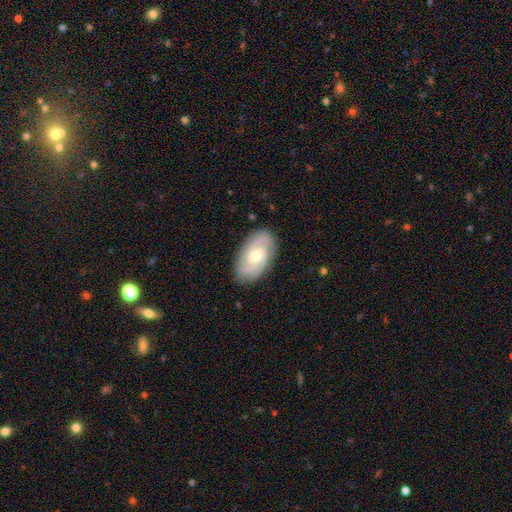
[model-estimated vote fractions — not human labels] A featured or disk galaxy (86%) with no bar (60%), 2 (40%) tight (60%) spiral arms (97%) and a moderate central bulge (50%). Merging: none (84%).